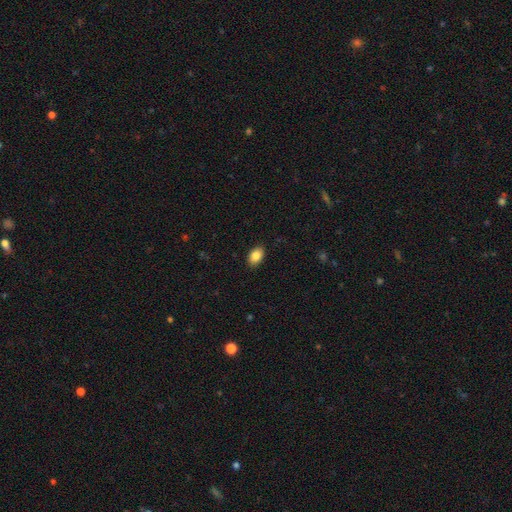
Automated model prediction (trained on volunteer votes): A smooth galaxy with no disk features (86%) that is in between round and cigar-shaped (89%).

Vote fractions:
- Smooth or featured? smooth: 86% / star or artifact: 8% / featured or disk: 6%
- How rounded? in between: 89% / round: 10% / cigar-shaped: 1%
- Merging? none: 89% / minor disturbance: 8% / major disturbance: 2% / merger: 1%